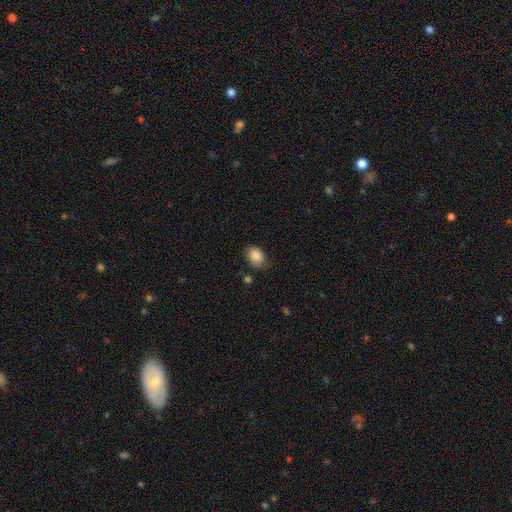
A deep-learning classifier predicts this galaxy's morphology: smooth-or-featured: smooth: 83% | featured or disk: 9% | star or artifact: 8%
  how-rounded: in between: 71% | round: 28% | cigar-shaped: 1%
  merging: none: 58% | minor disturbance: 31% | major disturbance: 9% | merger: 2%